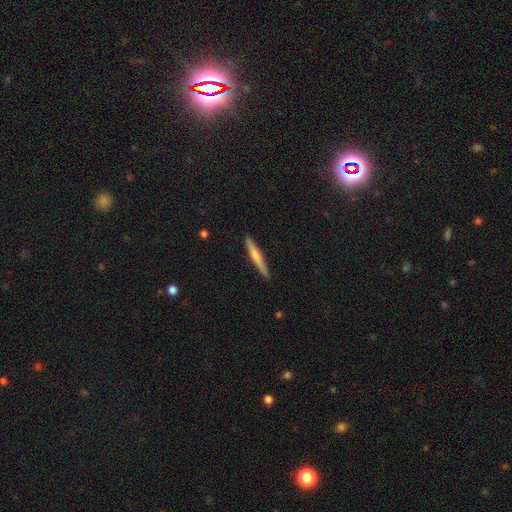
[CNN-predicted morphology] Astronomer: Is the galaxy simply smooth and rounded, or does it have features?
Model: smooth — 54% (runner-up: featured or disk, 41%).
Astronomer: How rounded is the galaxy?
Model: cigar-shaped — 95%.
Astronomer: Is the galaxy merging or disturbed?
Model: none — 90%.